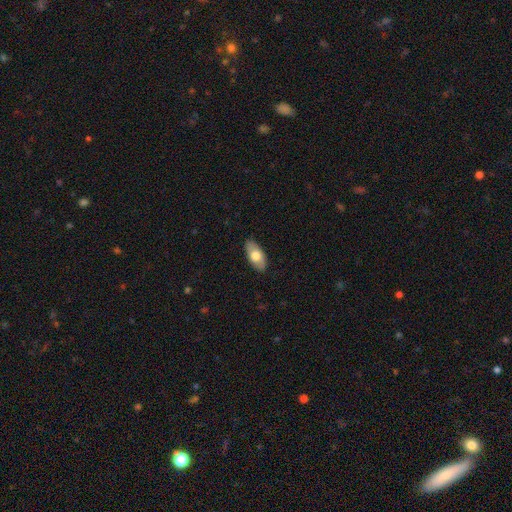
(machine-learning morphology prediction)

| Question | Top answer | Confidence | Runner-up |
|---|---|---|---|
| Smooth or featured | smooth | 70% | featured or disk (24%) |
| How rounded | in between | 92% | cigar-shaped (5%) |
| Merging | none | 87% | minor disturbance (10%) |